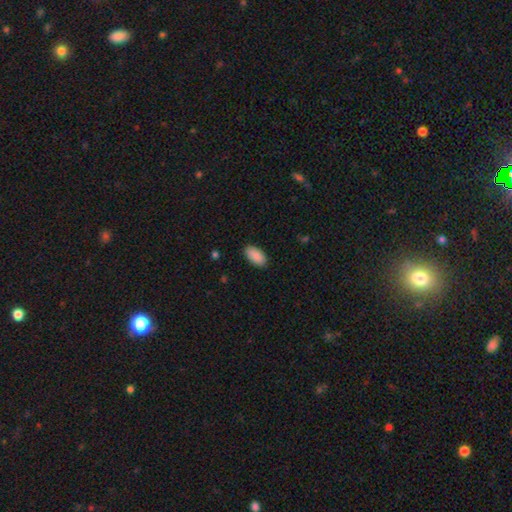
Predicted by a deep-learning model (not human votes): A smooth galaxy with no disk features (89%) that is in between round and cigar-shaped (95%).

Vote fractions:
- Smooth or featured? smooth: 89% / star or artifact: 6% / featured or disk: 4%
- How rounded? in between: 95% / round: 3% / cigar-shaped: 2%
- Merging? none: 89% / minor disturbance: 8% / major disturbance: 2% / merger: 1%